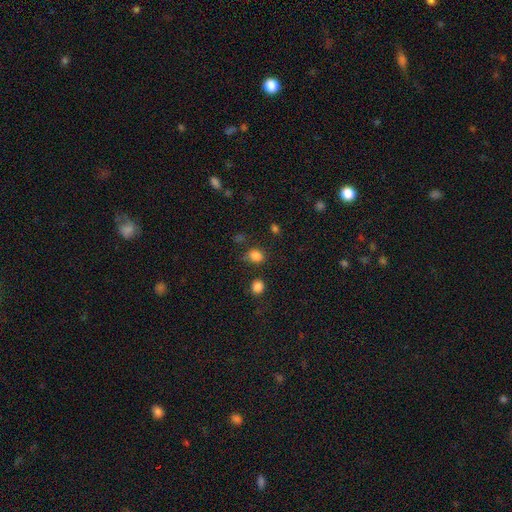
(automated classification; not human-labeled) Overall: smooth (82%). How rounded: round (54%; in between 45%). Merging: none (71%).